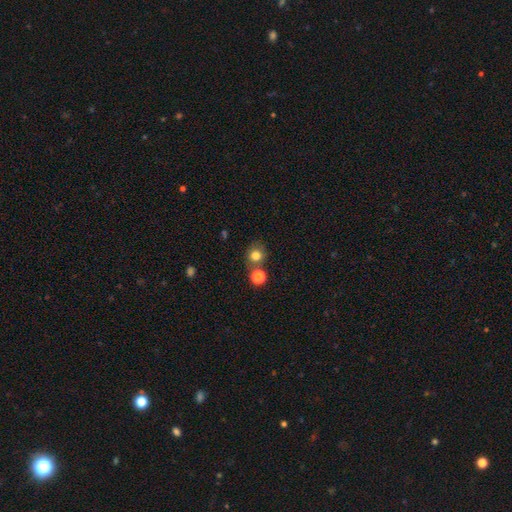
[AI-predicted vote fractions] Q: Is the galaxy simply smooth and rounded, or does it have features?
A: smooth — 80%.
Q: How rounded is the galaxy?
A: round — 85%.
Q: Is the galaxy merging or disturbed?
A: none — 68%.